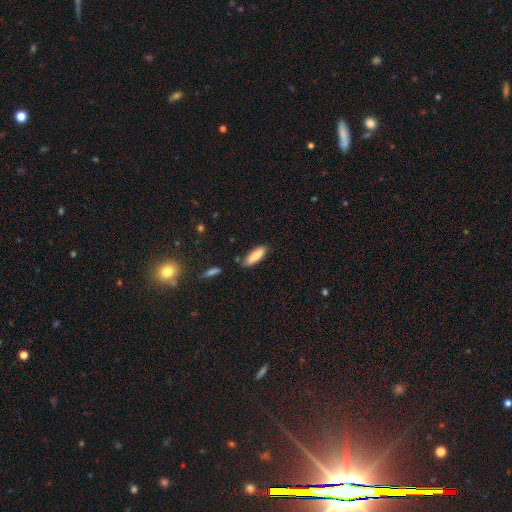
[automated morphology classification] The model was most divided on "how rounded": in between: 52%, cigar-shaped: 46%, round: 1%. More confident: smooth or featured — smooth (84%); merging — none (78%).